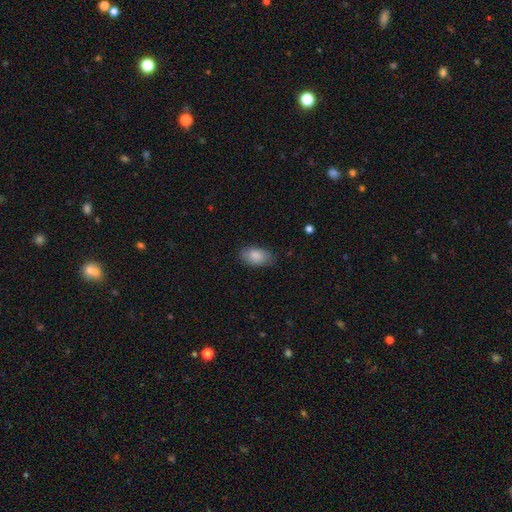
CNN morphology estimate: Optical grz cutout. It shows a smooth galaxy with no disk features (84%) that is in between round and cigar-shaped (93%). Merging: none (79%).